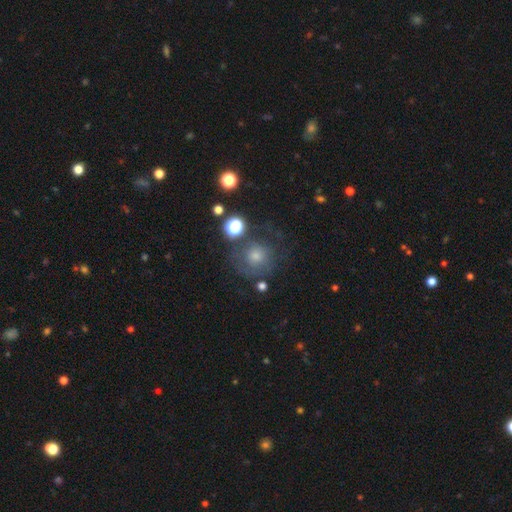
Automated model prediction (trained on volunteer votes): Overall: smooth (46%; featured or disk 33%). Merging: none (64%).